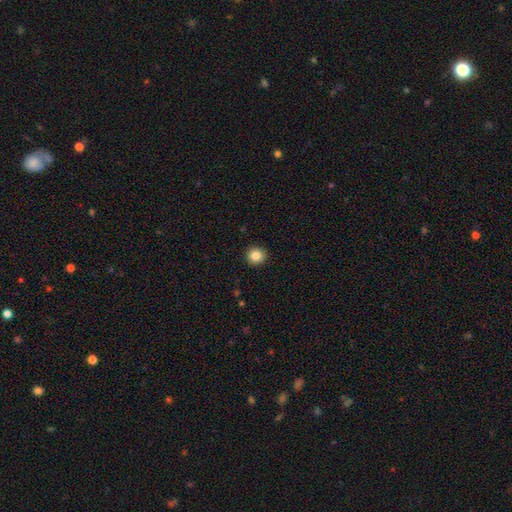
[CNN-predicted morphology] Smooth or featured: smooth — 84% (star or artifact — 10%)
How rounded: round — 93% (in between — 6%)
Merging: none — 92% (minor disturbance — 5%)